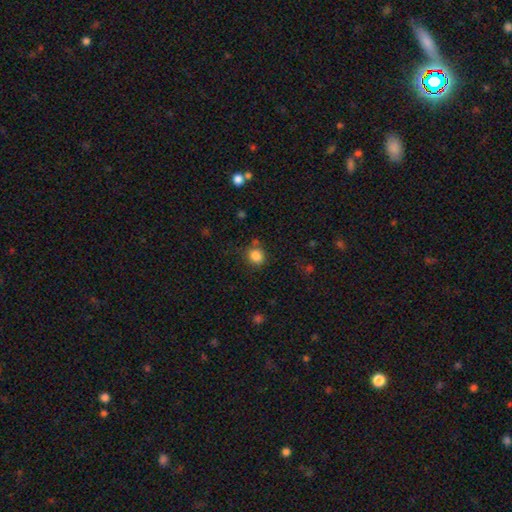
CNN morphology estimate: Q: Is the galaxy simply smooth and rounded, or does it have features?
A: smooth — 85%.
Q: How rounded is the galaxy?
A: round — 71%.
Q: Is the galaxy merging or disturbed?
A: none — 73%.